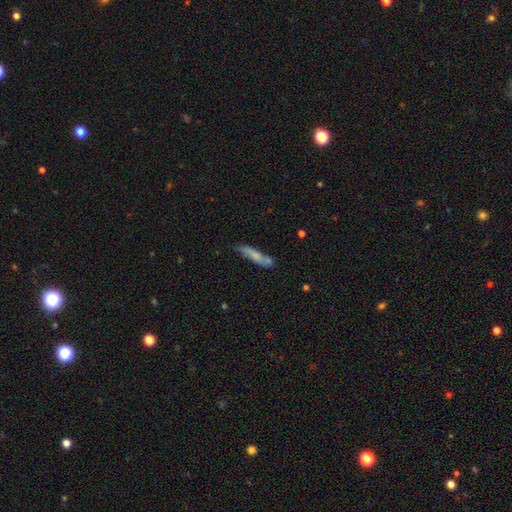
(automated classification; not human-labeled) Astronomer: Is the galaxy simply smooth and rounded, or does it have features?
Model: smooth — 59%.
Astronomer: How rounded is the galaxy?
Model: cigar-shaped — 84%.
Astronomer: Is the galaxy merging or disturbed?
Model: none — 61%.